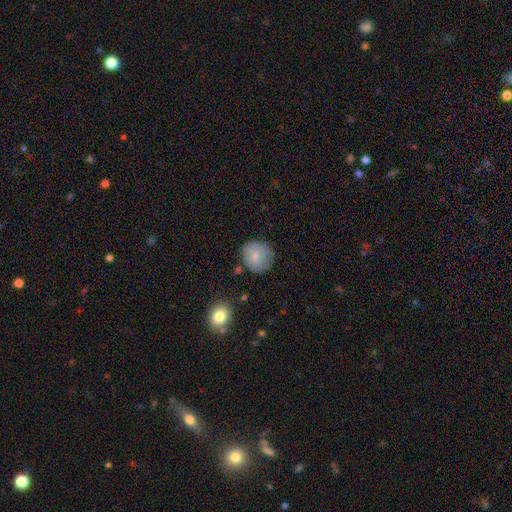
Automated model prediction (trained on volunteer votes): Smooth or featured: smooth — 81% (featured or disk — 11%)
How rounded: round — 86% (in between — 13%)
Merging: none — 75% (minor disturbance — 18%)